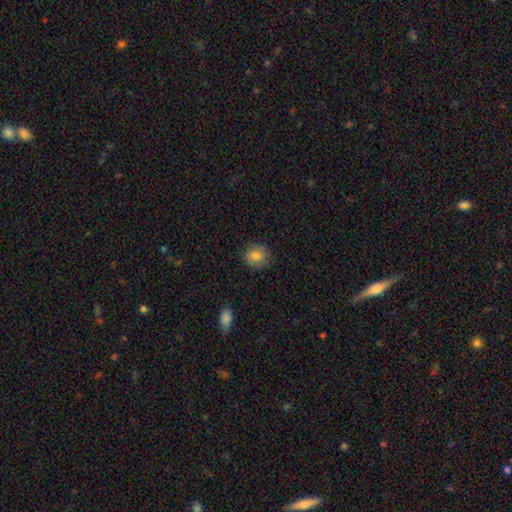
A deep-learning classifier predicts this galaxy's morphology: A smooth galaxy with no disk features (83%) that is round (78%). Merging: none (86%).